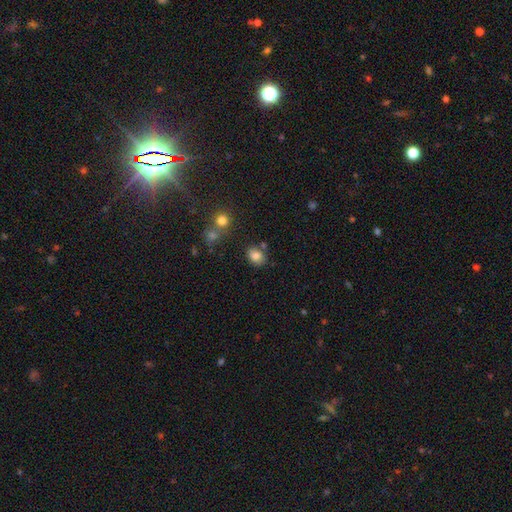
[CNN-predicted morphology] Smooth or featured? Predicted: smooth (p=0.82). How rounded? Predicted: in between (p=0.54). Merging? Predicted: none (p=0.69).